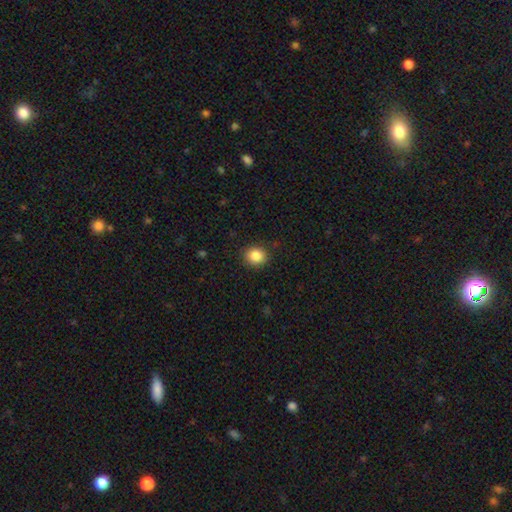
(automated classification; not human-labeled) Q: Smooth or featured?
A: smooth (86%); runner-up: star or artifact (9%)
Q: How rounded?
A: round (78%); runner-up: in between (21%)
Q: Merging?
A: none (89%); runner-up: minor disturbance (8%)